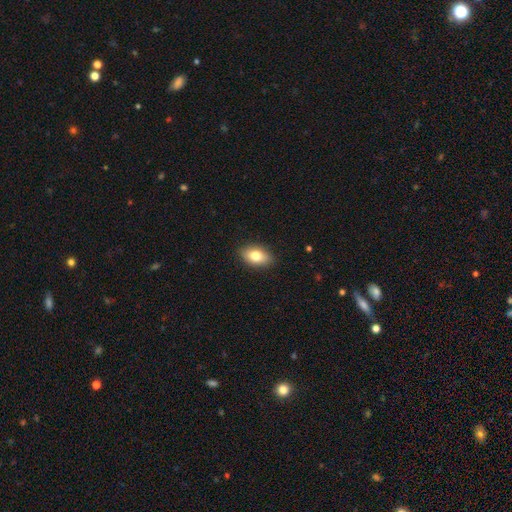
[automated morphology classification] Smooth or featured? smooth (78%)
How rounded? in between (88%)
Merging? none (88%)